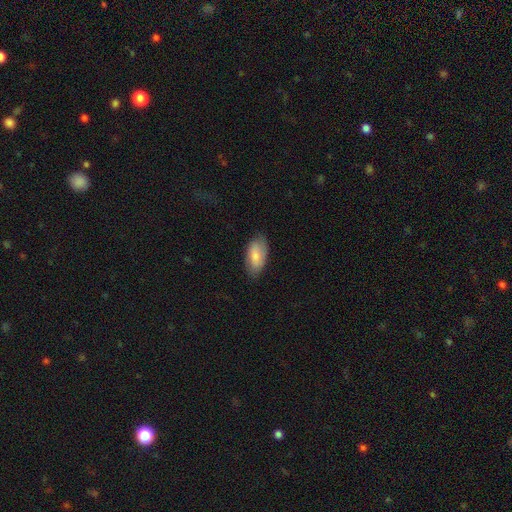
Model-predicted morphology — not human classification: Smooth or featured? Predicted: smooth (p=0.76). How rounded? Predicted: in between (p=0.93). Merging? Predicted: none (p=0.78).